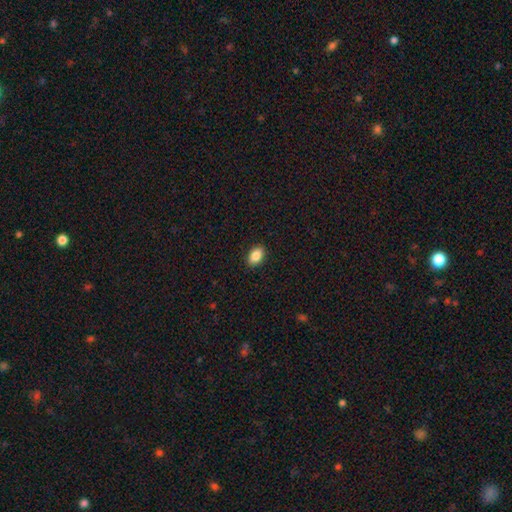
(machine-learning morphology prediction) Overall: smooth (87%). How rounded: in between (88%). Merging: none (91%).